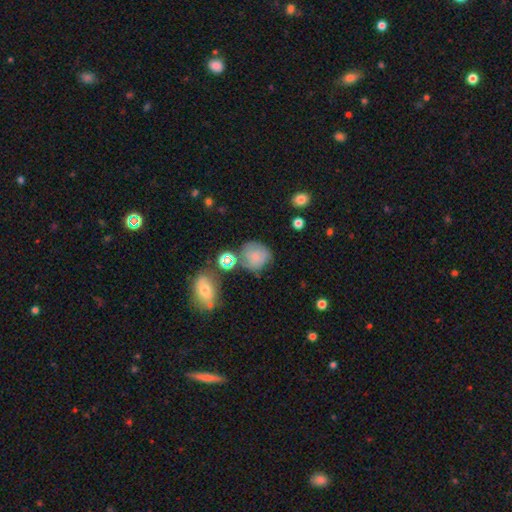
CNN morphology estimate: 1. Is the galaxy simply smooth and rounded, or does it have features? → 57% smooth, 31% featured or disk, 12% star or artifact.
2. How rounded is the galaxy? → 76% round, 22% in between, 1% cigar-shaped.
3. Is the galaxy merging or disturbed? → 55% none, 24% minor disturbance, 11% merger, 10% major disturbance.